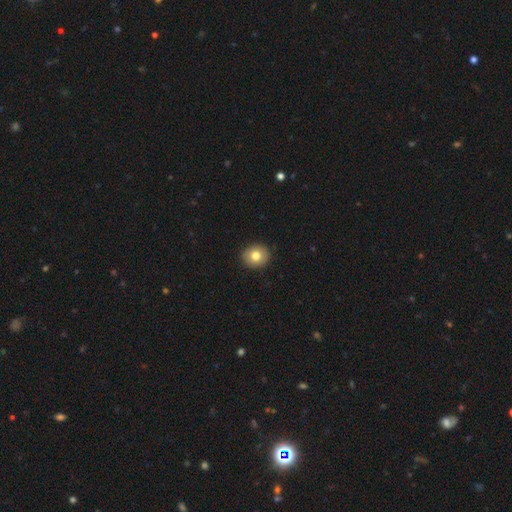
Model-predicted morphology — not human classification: Smooth or featured? smooth (78%)
How rounded? round (78%)
Merging? none (91%)